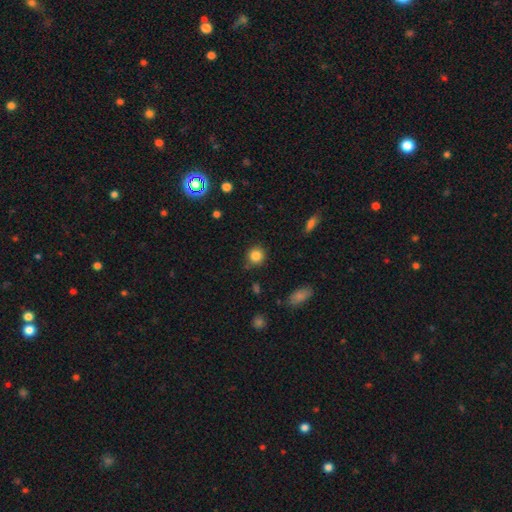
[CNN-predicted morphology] Smooth or featured? Predicted: smooth (p=0.85). How rounded? Predicted: round (p=0.91). Merging? Predicted: none (p=0.86).